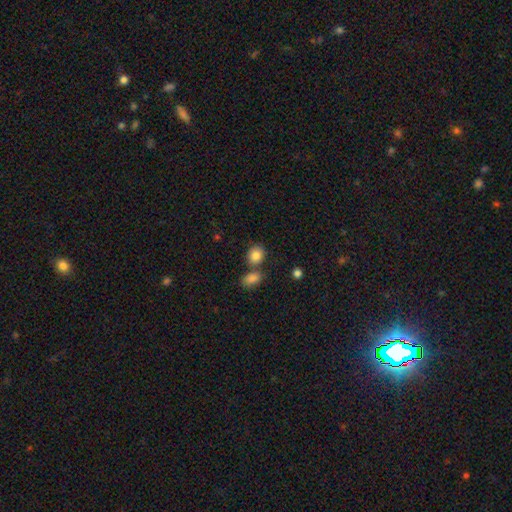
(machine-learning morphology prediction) The model was most divided on "how rounded": round: 59%, in between: 40%, cigar-shaped: 1%. More confident: smooth or featured — smooth (86%); merging — none (59%).